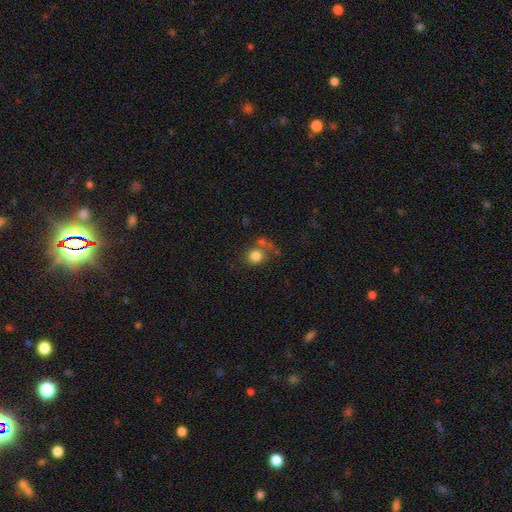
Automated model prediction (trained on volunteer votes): Smooth or featured?
  - smooth: 79% *
  - star or artifact: 11%
  - featured or disk: 9%
How rounded?
  - round: 82% *
  - in between: 17%
  - cigar-shaped: 1%
Merging?
  - none: 54% *
  - merger: 22%
  - minor disturbance: 15%
  - major disturbance: 9%